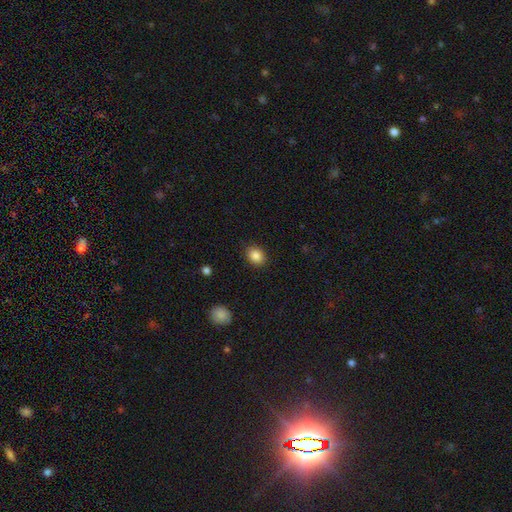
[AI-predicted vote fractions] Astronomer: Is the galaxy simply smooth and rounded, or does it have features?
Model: smooth — 87%.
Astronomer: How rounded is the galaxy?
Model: in between — 50% (runner-up: round, 49%).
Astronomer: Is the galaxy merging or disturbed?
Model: none — 89%.